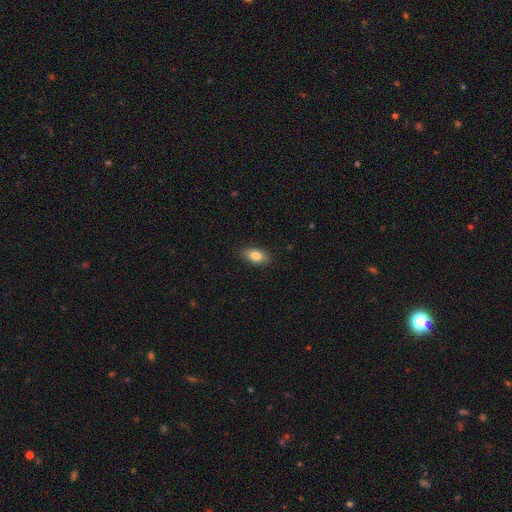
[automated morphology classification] Smooth or featured? Predicted: smooth (p=0.83). How rounded? Predicted: in between (p=0.89). Merging? Predicted: none (p=0.87).